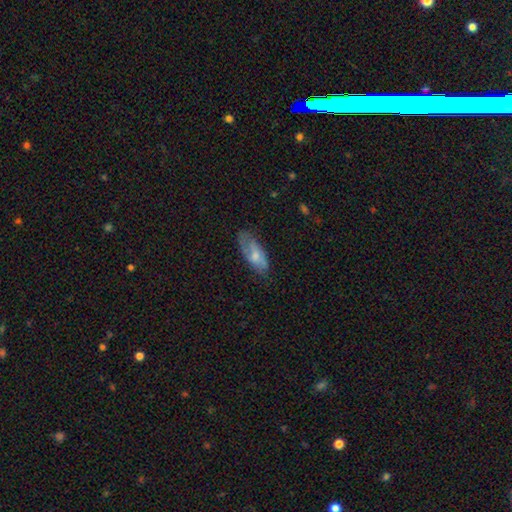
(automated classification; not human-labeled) Smooth or featured? Predicted: smooth (p=0.60). How rounded? Predicted: in between (p=0.82). Merging? Predicted: none (p=0.55).